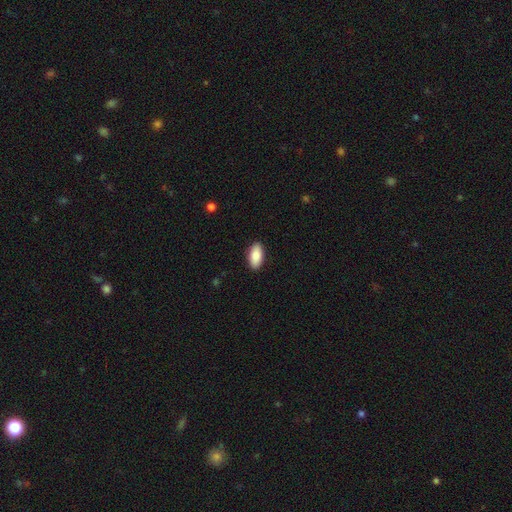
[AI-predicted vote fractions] Smooth or featured? Predicted: smooth (p=0.87). How rounded? Predicted: in between (p=0.92). Merging? Predicted: none (p=0.90).